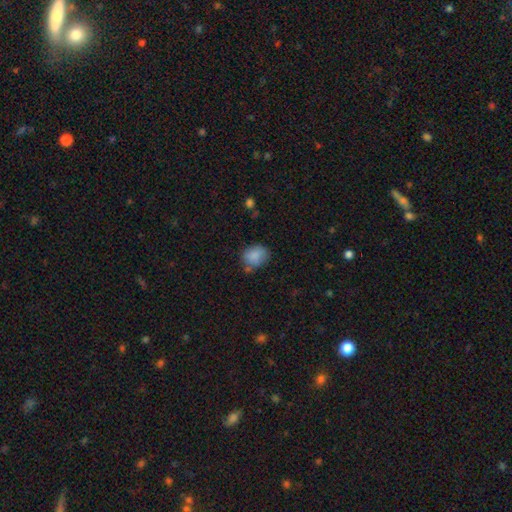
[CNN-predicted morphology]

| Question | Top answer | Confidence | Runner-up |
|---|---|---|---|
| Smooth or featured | smooth | 83% | star or artifact (9%) |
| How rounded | in between | 60% | round (39%) |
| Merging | none | 62% | minor disturbance (24%) |